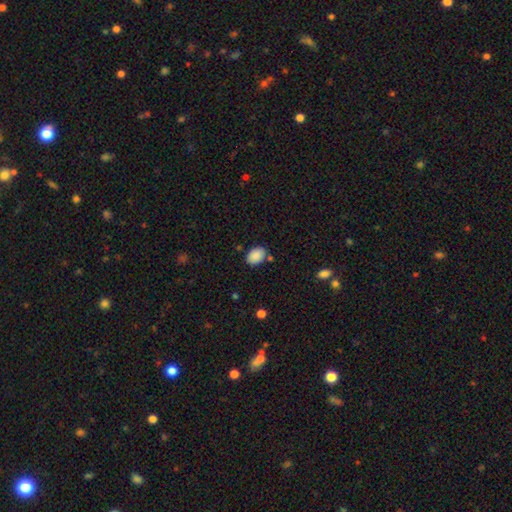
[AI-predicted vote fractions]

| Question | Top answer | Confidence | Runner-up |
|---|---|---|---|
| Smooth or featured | smooth | 89% | star or artifact (7%) |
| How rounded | in between | 81% | round (18%) |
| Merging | none | 78% | minor disturbance (14%) |